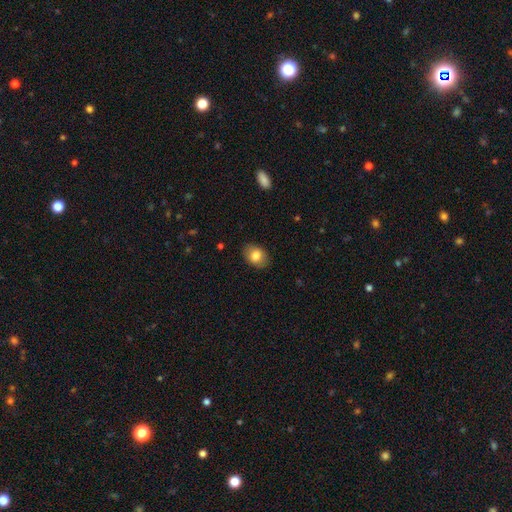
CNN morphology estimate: smooth-or-featured: smooth: 81% | featured or disk: 11% | star or artifact: 8%
  how-rounded: in between: 73% | round: 26% | cigar-shaped: 1%
  merging: none: 85% | minor disturbance: 11% | major disturbance: 3% | merger: 1%